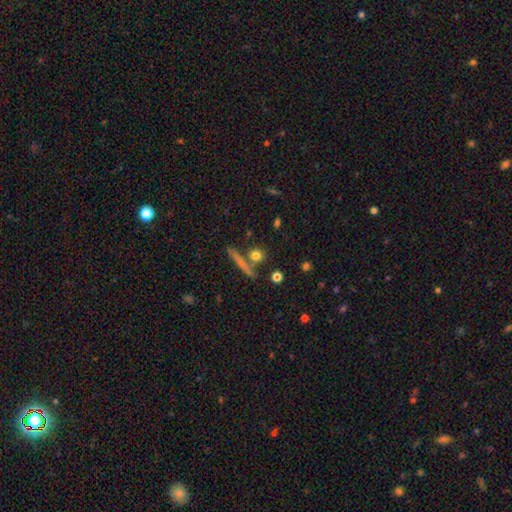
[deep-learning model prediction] This appears to be a smooth galaxy with no disk features (72%) that is round (77%). Merging: none (73%).